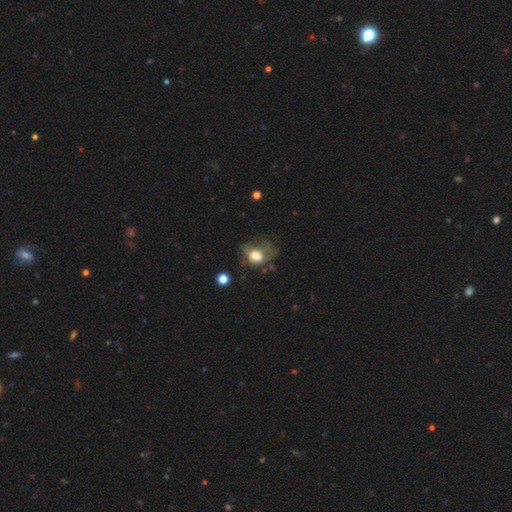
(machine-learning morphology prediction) Smooth or featured: smooth — 63% (featured or disk — 26%)
How rounded: in between — 64% (round — 35%)
Merging: major disturbance — 45% (none — 26%)